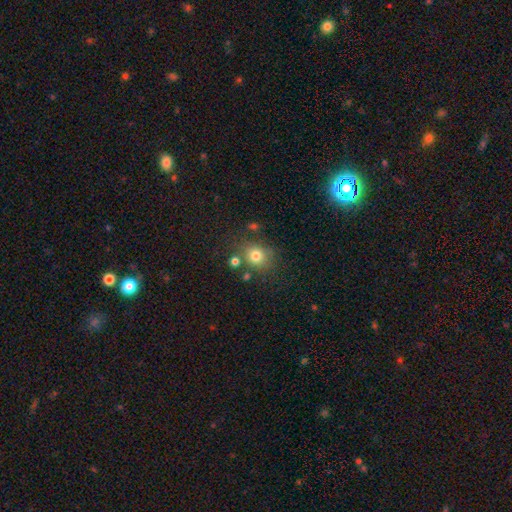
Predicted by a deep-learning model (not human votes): Overall: smooth (77%). How rounded: round (75%). Merging: none (71%).